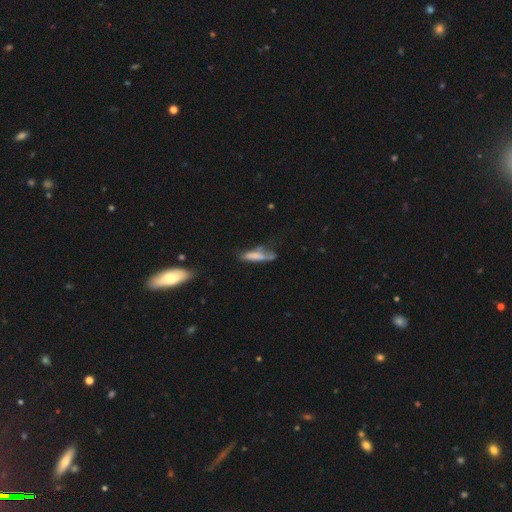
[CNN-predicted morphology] This appears to be a smooth galaxy with no disk features (68%) that is cigar-shaped (77%). Merging: none (47%).